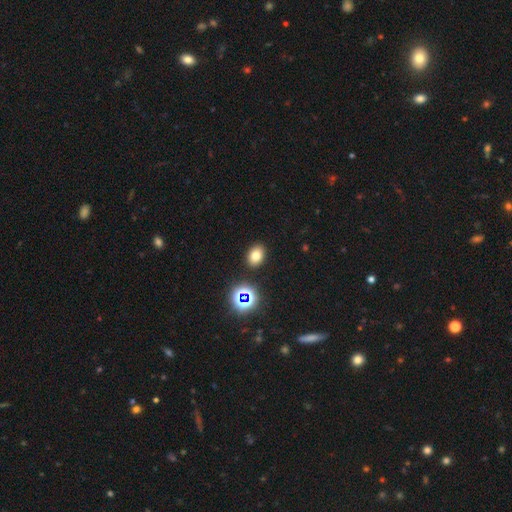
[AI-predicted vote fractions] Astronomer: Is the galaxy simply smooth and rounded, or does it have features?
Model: smooth — 74%.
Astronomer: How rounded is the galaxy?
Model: in between — 72%.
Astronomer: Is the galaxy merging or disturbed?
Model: none — 87%.